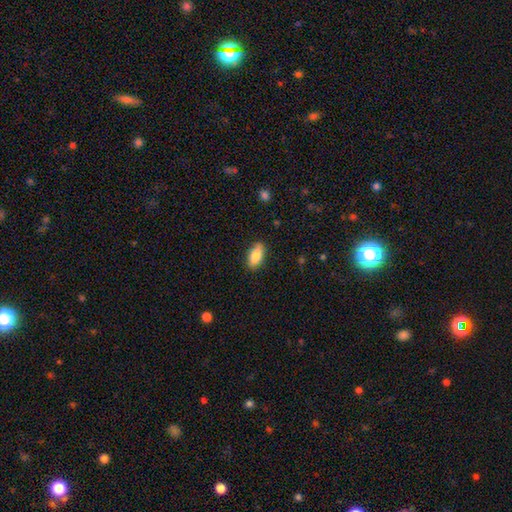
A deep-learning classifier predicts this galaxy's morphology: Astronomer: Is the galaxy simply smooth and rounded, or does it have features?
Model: smooth — 84%.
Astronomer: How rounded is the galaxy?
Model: in between — 89%.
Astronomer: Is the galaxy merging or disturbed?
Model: none — 85%.